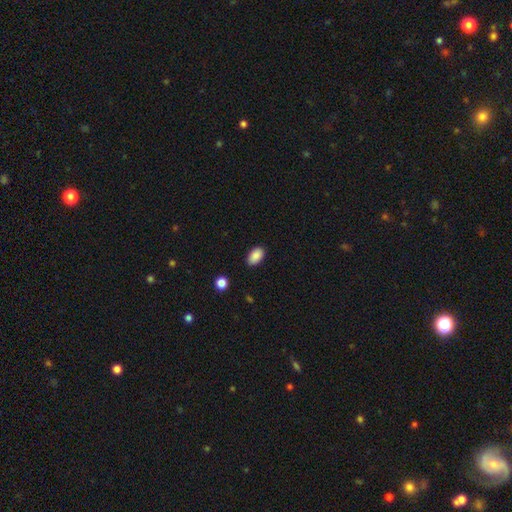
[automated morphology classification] Smooth or featured?
  - smooth: 89% *
  - star or artifact: 8%
  - featured or disk: 4%
How rounded?
  - in between: 93% *
  - round: 6%
  - cigar-shaped: 2%
Merging?
  - none: 87% *
  - minor disturbance: 10%
  - major disturbance: 2%
  - merger: 1%